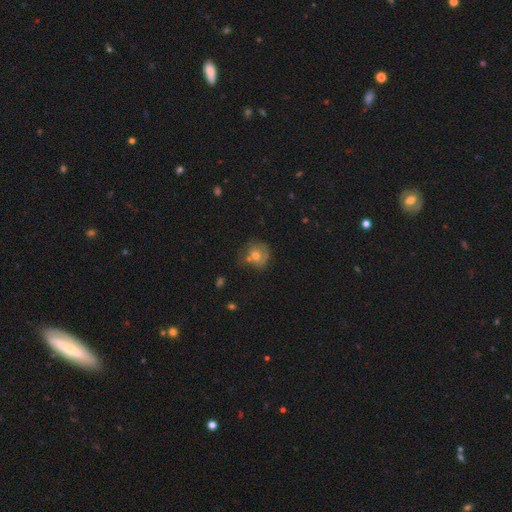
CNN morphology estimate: Smooth or featured: smooth — 55% (featured or disk — 34%)
How rounded: round — 73% (in between — 26%)
Merging: none — 45% (minor disturbance — 25%)